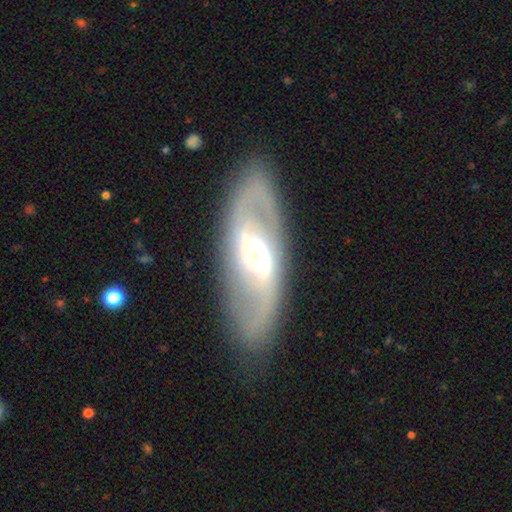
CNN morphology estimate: This appears to be a featured or disk galaxy (78%) with no bar (42%), 2 (79%) medium (42%) spiral arms (75%) and a moderate central bulge (65%). Merging: none (84%).